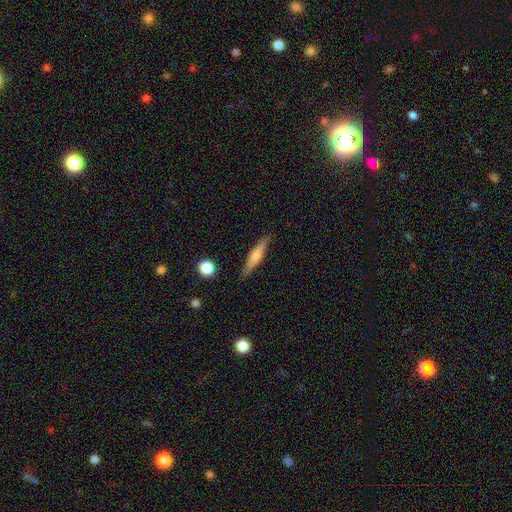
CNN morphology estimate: The model was most divided on "smooth or featured": smooth: 53%, featured or disk: 40%, star or artifact: 7%. More confident: how rounded — cigar-shaped (86%); merging — none (85%).